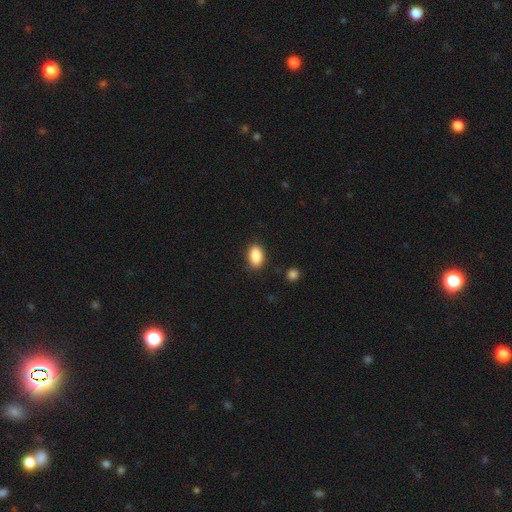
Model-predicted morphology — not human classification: Overall: smooth (88%). How rounded: in between (90%). Merging: none (86%).